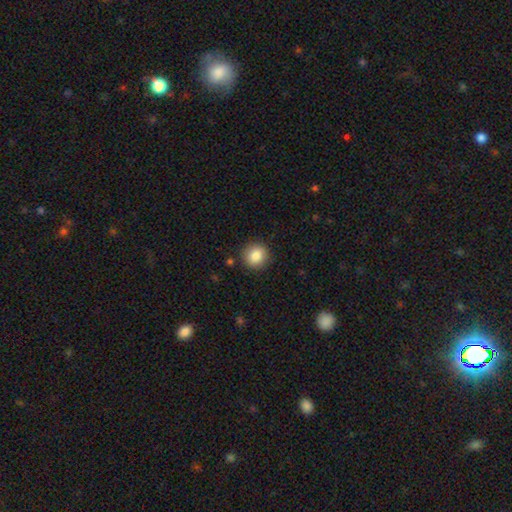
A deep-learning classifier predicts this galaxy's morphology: Smooth or featured: smooth — 86% (star or artifact — 9%)
How rounded: round — 92% (in between — 7%)
Merging: none — 90% (minor disturbance — 7%)